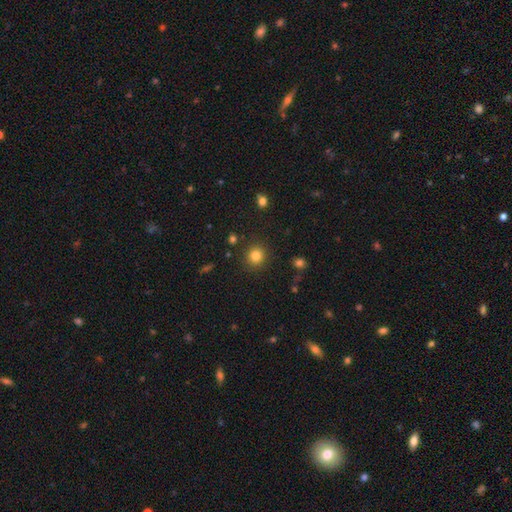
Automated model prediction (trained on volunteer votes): Smooth or featured? smooth (83%)
How rounded? round (90%)
Merging? none (89%)